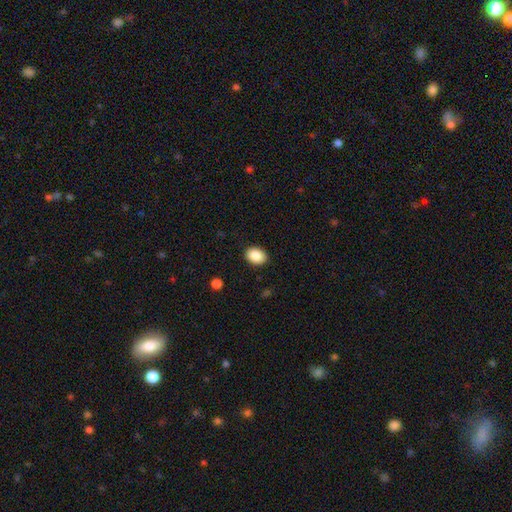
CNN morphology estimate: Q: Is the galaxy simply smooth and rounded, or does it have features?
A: smooth — 89%.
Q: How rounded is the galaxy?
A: in between — 74%.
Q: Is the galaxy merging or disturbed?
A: none — 89%.